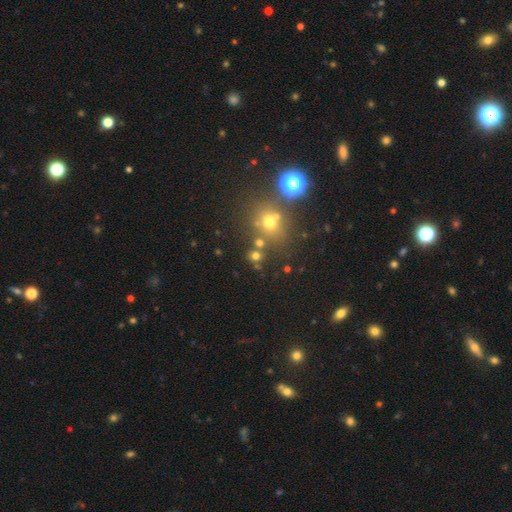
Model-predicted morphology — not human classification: A smooth galaxy with no disk features (64%) that is round (82%).

Vote fractions:
- Smooth or featured? smooth: 64% / star or artifact: 26% / featured or disk: 10%
- How rounded? round: 82% / in between: 16% / cigar-shaped: 1%
- Merging? none: 69% / merger: 18% / minor disturbance: 9% / major disturbance: 4%